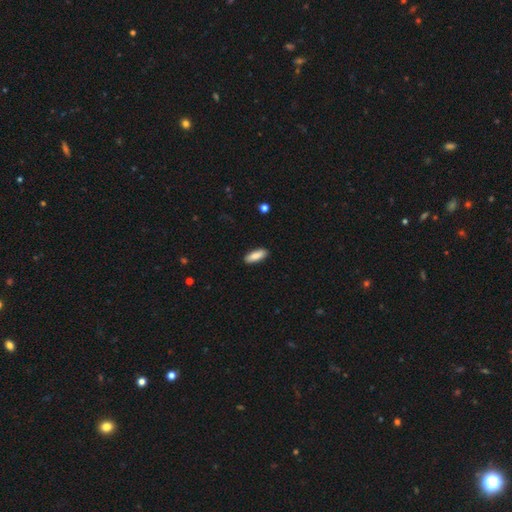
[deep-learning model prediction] This appears to be a smooth galaxy with no disk features (86%) that is in between round and cigar-shaped (64%). Merging: none (89%).